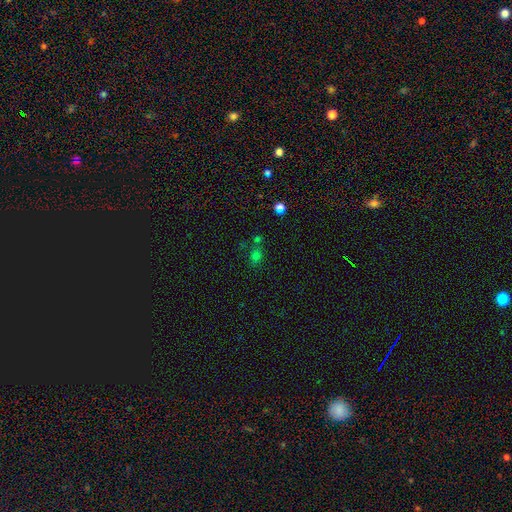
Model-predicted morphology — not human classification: smooth 63%, star or artifact 30%, featured or disk 8%. Down the decision tree: how rounded — in between (55%); merging — none (59%).